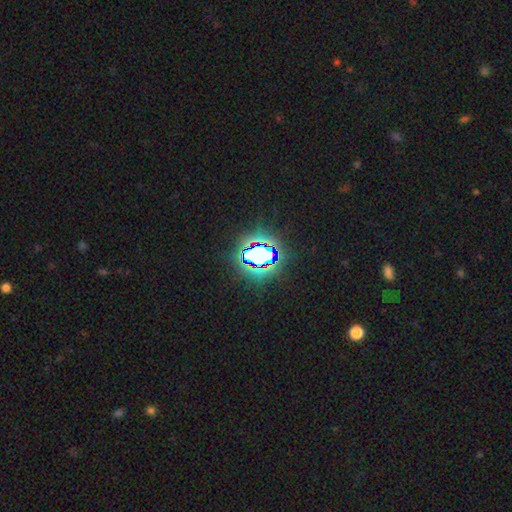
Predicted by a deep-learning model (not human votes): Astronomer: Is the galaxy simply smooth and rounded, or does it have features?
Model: star or artifact — 66%.